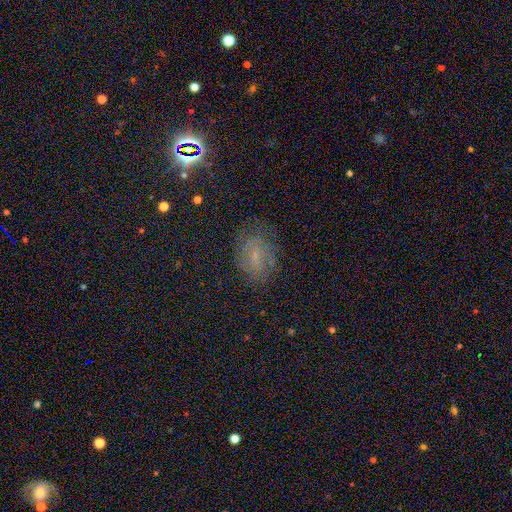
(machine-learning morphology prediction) Q: Smooth or featured?
A: star or artifact (35%); tied with: smooth (35%)